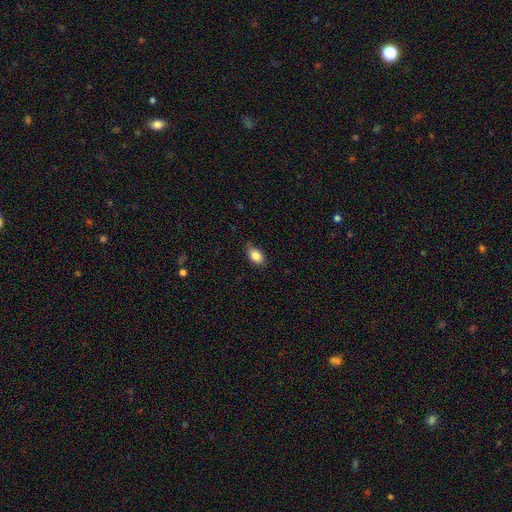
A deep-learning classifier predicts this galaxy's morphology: This is clearly a smooth galaxy (85%). How rounded: clearly in between (89%). Merging: likely none (80%).